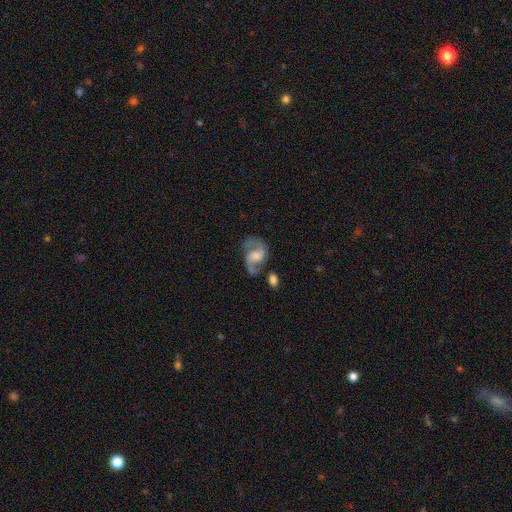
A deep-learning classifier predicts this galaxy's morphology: This is clearly a featured or disk galaxy (82%). It is clearly not viewed edge-on (98%). Bar: possibly no (47%). Spiral arm pattern: clearly yes (94%). Spiral arm count: clearly 2 (90%). Spiral winding: possibly medium (49%). Central bulge: marginally moderate (35%). Merging: possibly none (56%).